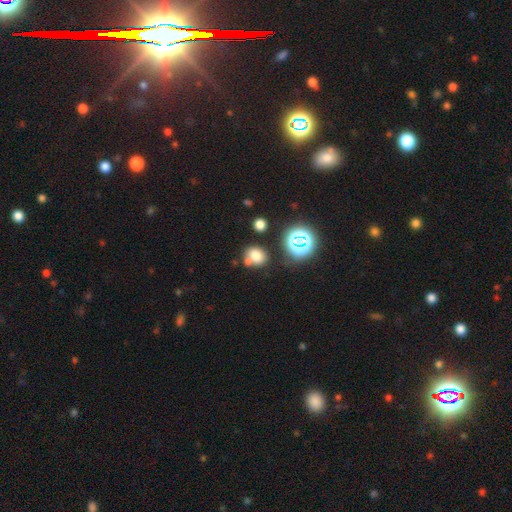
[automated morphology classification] Overall: smooth (71%). How rounded: round (55%; in between 44%). Merging: none (58%; merger 23%).